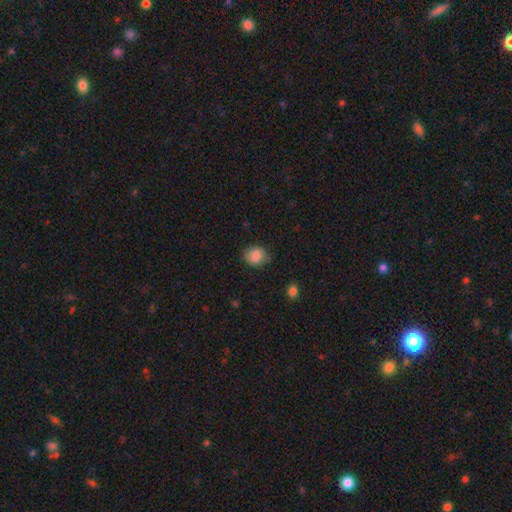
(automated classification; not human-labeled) Smooth or featured? Predicted: smooth (p=0.85). How rounded? Predicted: round (p=0.59). Merging? Predicted: none (p=0.78).